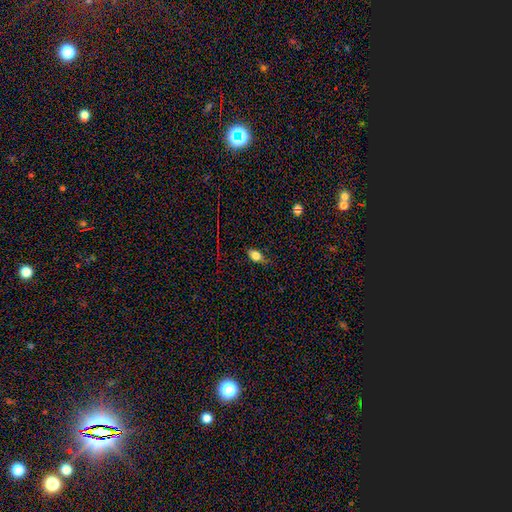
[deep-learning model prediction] Smooth or featured?
  - smooth: 74% *
  - featured or disk: 14%
  - star or artifact: 12%
How rounded?
  - in between: 80% *
  - round: 14%
  - cigar-shaped: 6%
Merging?
  - none: 69% *
  - minor disturbance: 24%
  - major disturbance: 6%
  - merger: 1%